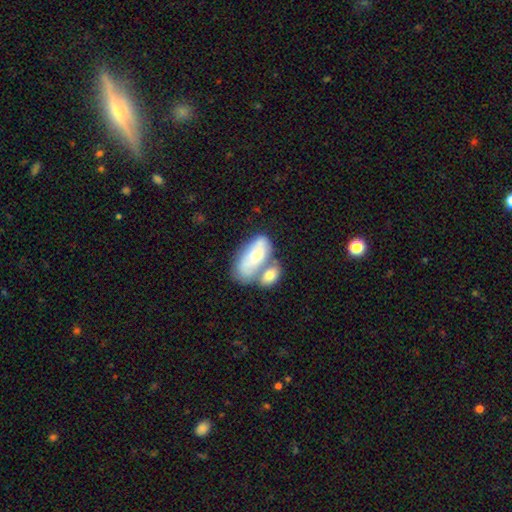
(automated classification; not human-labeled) Smooth or featured: smooth — 56% (featured or disk — 37%)
How rounded: in between — 89% (cigar-shaped — 7%)
Merging: merger — 55% (none — 26%)